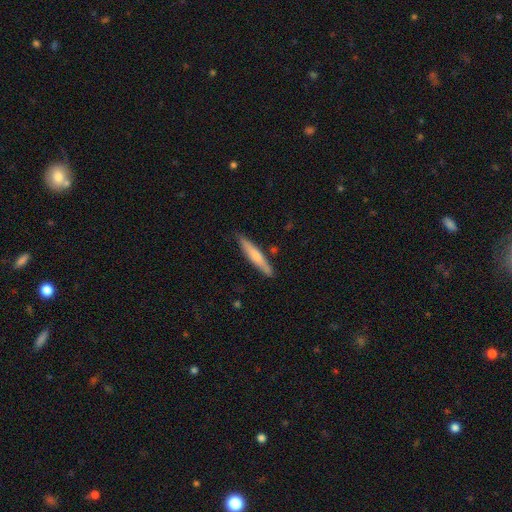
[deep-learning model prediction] Overall: smooth (61%; featured or disk 34%). How rounded: cigar-shaped (92%). Merging: none (85%).